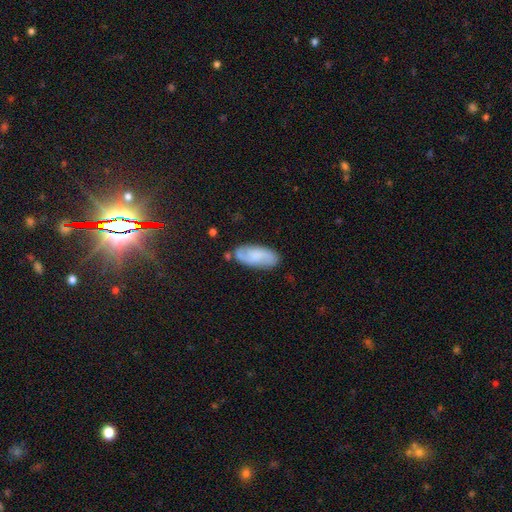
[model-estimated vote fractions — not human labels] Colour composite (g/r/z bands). It shows a smooth galaxy with no disk features (49%). Merging: none (78%).